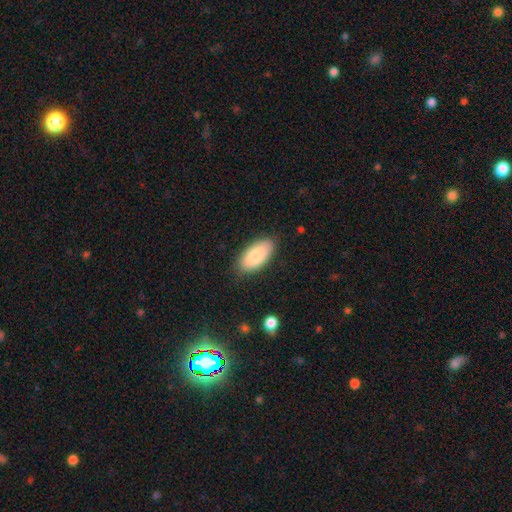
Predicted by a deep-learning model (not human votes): smooth_or_featured: smooth (p=0.84) [alt: featured or disk p=0.10]
how_rounded: in between (p=0.93) [alt: cigar-shaped p=0.05]
merging: none (p=0.84) [alt: minor disturbance p=0.12]